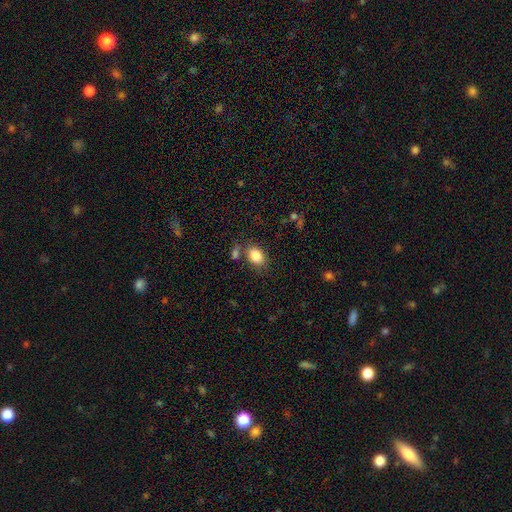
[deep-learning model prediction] Smooth or featured?
  - smooth: 86% *
  - star or artifact: 8%
  - featured or disk: 6%
How rounded?
  - in between: 80% *
  - round: 19%
  - cigar-shaped: 1%
Merging?
  - none: 70% *
  - minor disturbance: 13%
  - merger: 12%
  - major disturbance: 4%